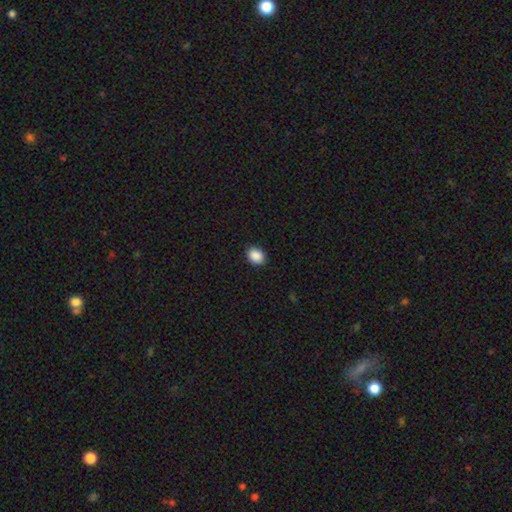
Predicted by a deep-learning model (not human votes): smooth-or-featured: smooth: 89% | star or artifact: 8% | featured or disk: 3%
  how-rounded: in between: 61% | round: 38% | cigar-shaped: 1%
  merging: none: 88% | minor disturbance: 9% | major disturbance: 2% | merger: 1%